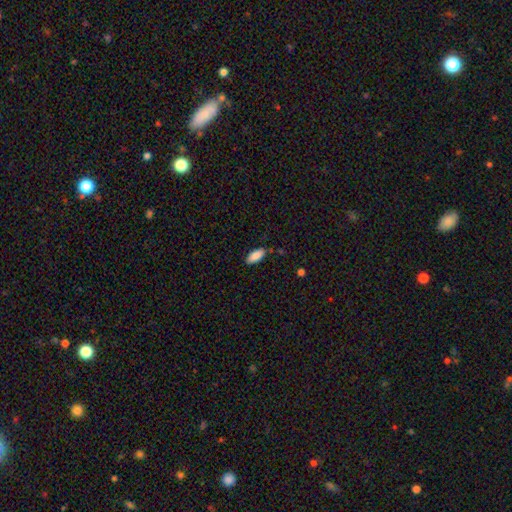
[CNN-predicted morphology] Overall: smooth (88%). How rounded: in between (88%). Merging: none (82%).